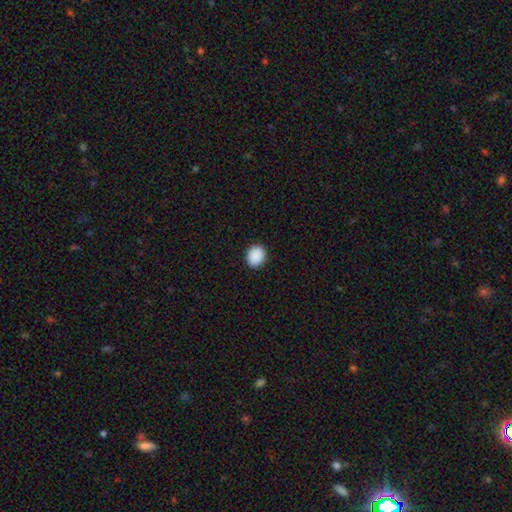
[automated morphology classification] Smooth or featured? smooth (90%)
How rounded? round (66%)
Merging? none (91%)